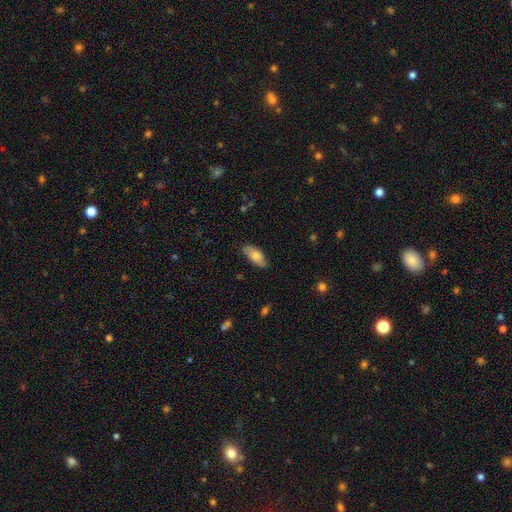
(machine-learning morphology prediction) A smooth galaxy with no disk features (74%) that is in between round and cigar-shaped (83%). Merging: none (80%).